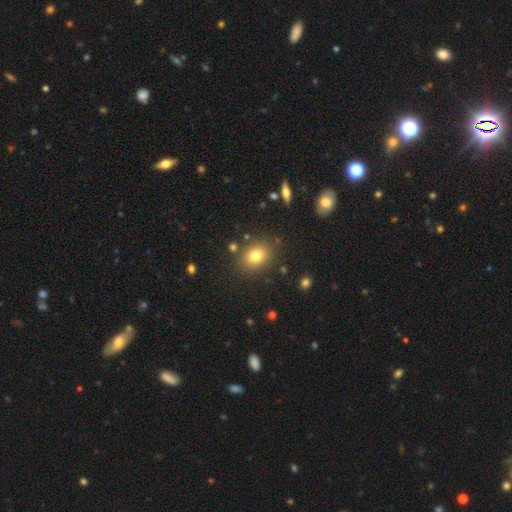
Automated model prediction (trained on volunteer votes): Smooth or featured? smooth (79%)
How rounded? in between (55%)
Merging? none (83%)